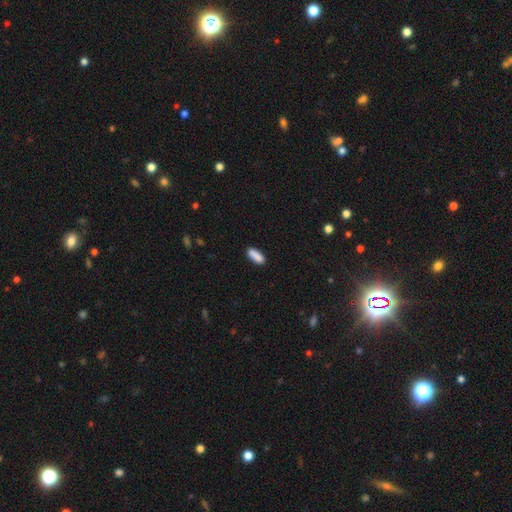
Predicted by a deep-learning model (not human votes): Overall: smooth (89%). How rounded: in between (68%; cigar-shaped 30%). Merging: none (85%).